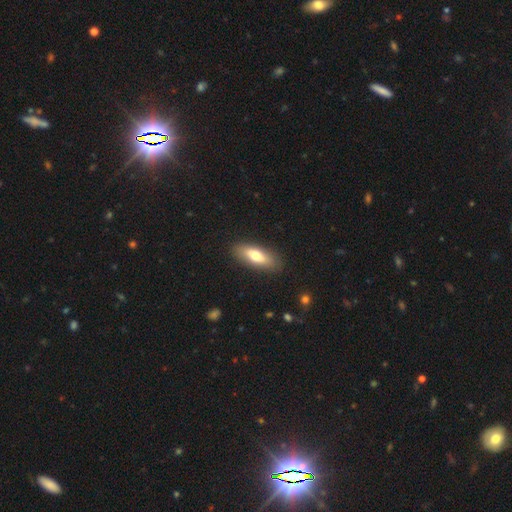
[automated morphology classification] A smooth galaxy with no disk features (68%) that is in between round and cigar-shaped (65%).

Vote fractions:
- Smooth or featured? smooth: 68% / featured or disk: 26% / star or artifact: 6%
- How rounded? in between: 65% / cigar-shaped: 33% / round: 3%
- Merging? none: 88% / minor disturbance: 9% / major disturbance: 2% / merger: 1%